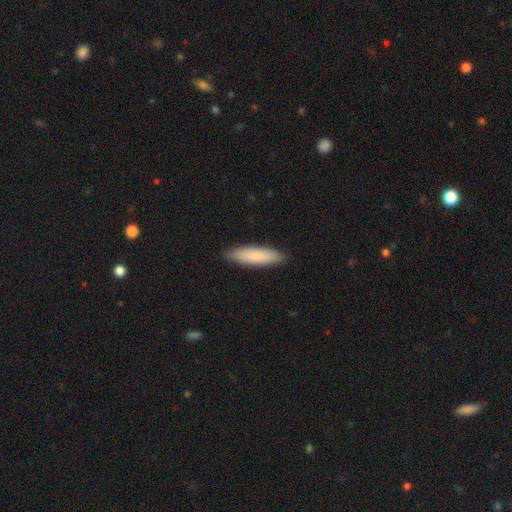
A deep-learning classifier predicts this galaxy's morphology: A smooth galaxy with no disk features (84%) that is cigar-shaped (63%). Merging: none (88%).